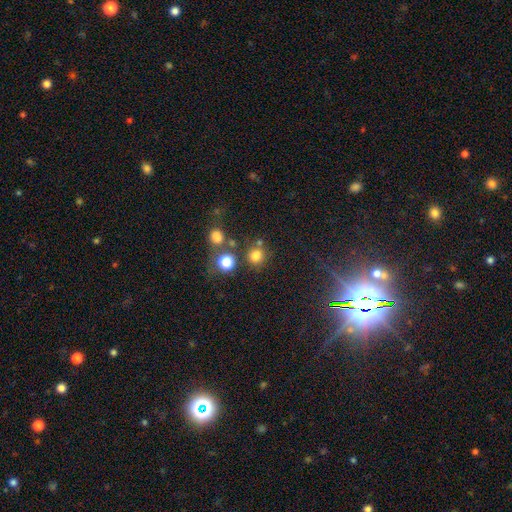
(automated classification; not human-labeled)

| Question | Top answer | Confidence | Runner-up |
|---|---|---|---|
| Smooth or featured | smooth | 75% | star or artifact (18%) |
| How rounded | round | 86% | in between (13%) |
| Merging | none | 69% | merger (15%) |